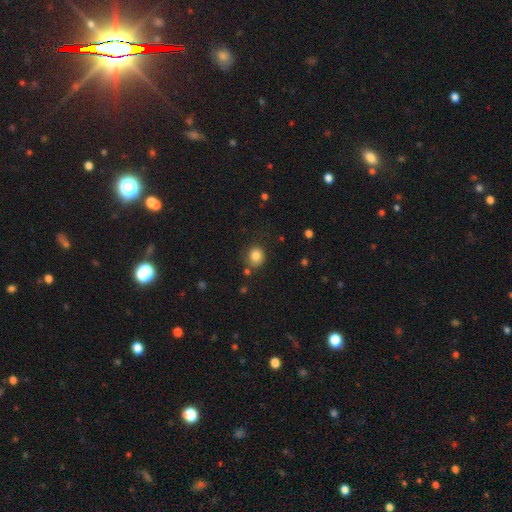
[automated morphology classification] A smooth galaxy with no disk features (84%) that is round (82%).

Vote fractions:
- Smooth or featured? smooth: 84% / star or artifact: 11% / featured or disk: 6%
- How rounded? round: 82% / in between: 17% / cigar-shaped: 1%
- Merging? none: 75% / minor disturbance: 15% / merger: 5% / major disturbance: 5%